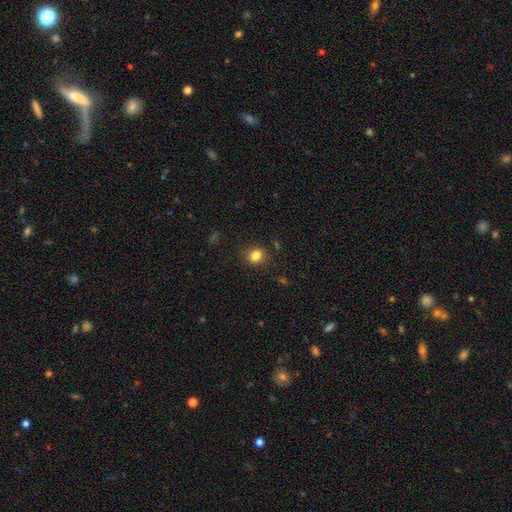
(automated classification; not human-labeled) A smooth galaxy with no disk features (83%) that is round (67%). Merging: none (87%).